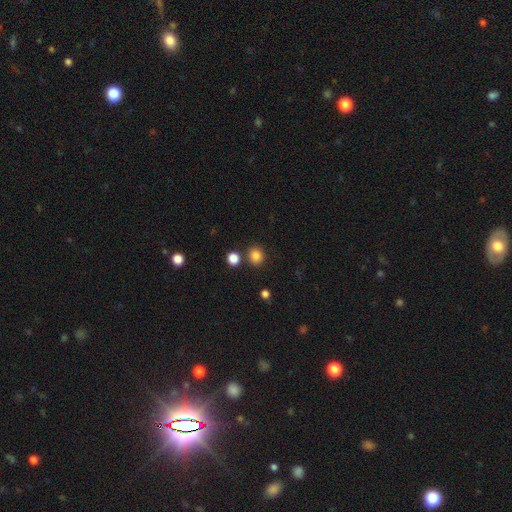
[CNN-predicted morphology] Smooth or featured? Predicted: smooth (p=0.83). How rounded? Predicted: round (p=0.80). Merging? Predicted: none (p=0.81).